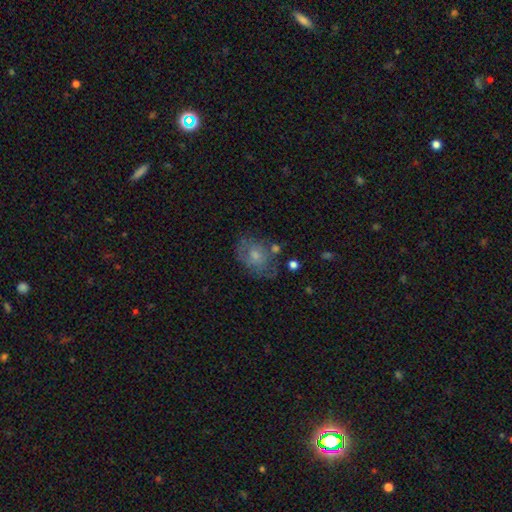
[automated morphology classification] A smooth galaxy with no disk features (55%) that is in between round and cigar-shaped (61%). Merging: none (51%).